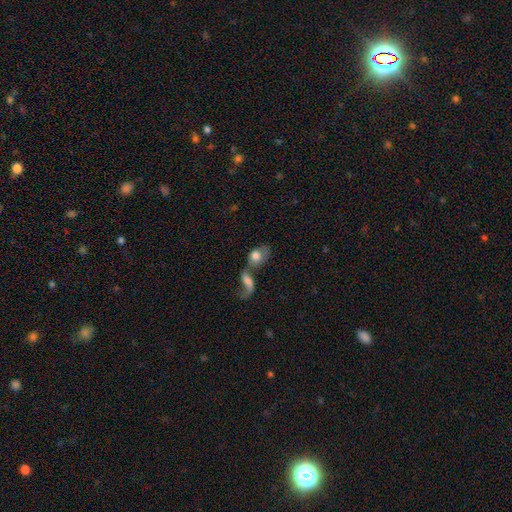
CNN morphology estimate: A smooth galaxy with no disk features (60%) that is in between round and cigar-shaped (76%).

Vote fractions:
- Smooth or featured? smooth: 60% / featured or disk: 31% / star or artifact: 9%
- How rounded? in between: 76% / round: 21% / cigar-shaped: 3%
- Merging? merger: 66% / none: 15% / major disturbance: 12% / minor disturbance: 7%